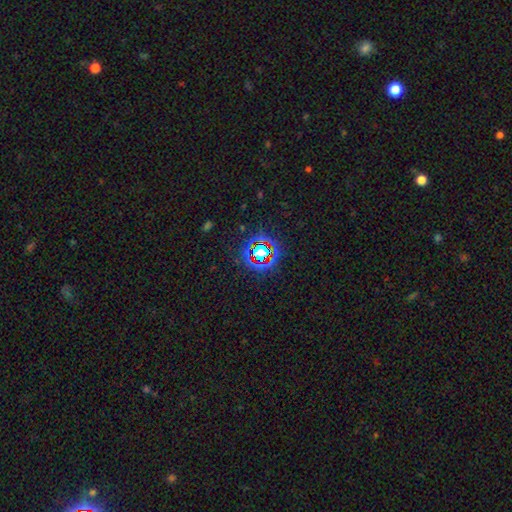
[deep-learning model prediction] This appears to be a star or artifact, not a galaxy (73%).